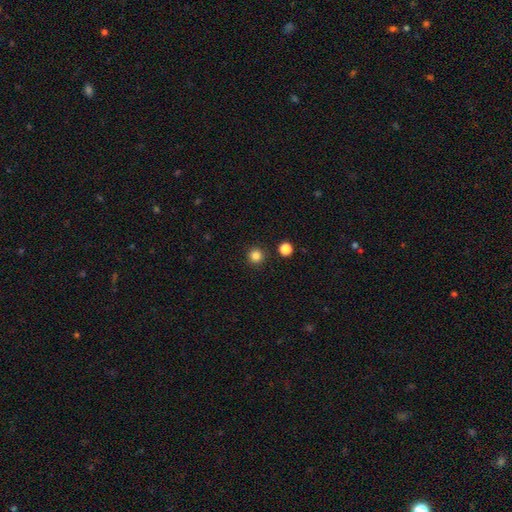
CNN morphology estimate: Smooth or featured: smooth — 84% (star or artifact — 13%)
How rounded: round — 96% (in between — 3%)
Merging: none — 91% (minor disturbance — 5%)